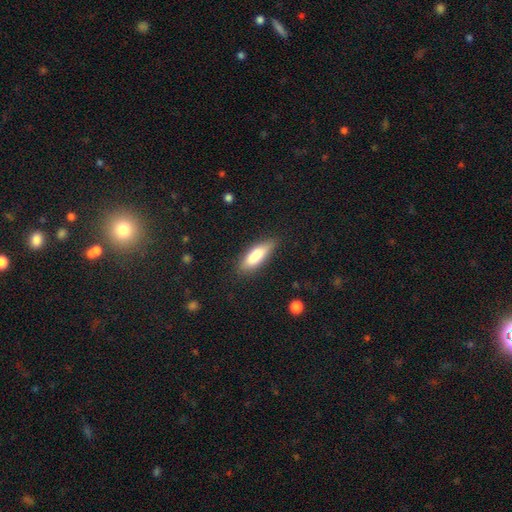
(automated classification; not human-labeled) smooth-or-featured: smooth: 76% | featured or disk: 17% | star or artifact: 7%
  how-rounded: in between: 52% | cigar-shaped: 46% | round: 2%
  merging: none: 76% | minor disturbance: 17% | major disturbance: 4% | merger: 3%